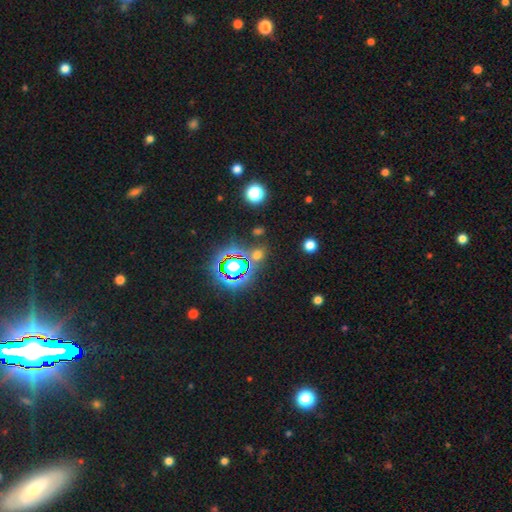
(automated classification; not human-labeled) Overall: star or artifact (70%).